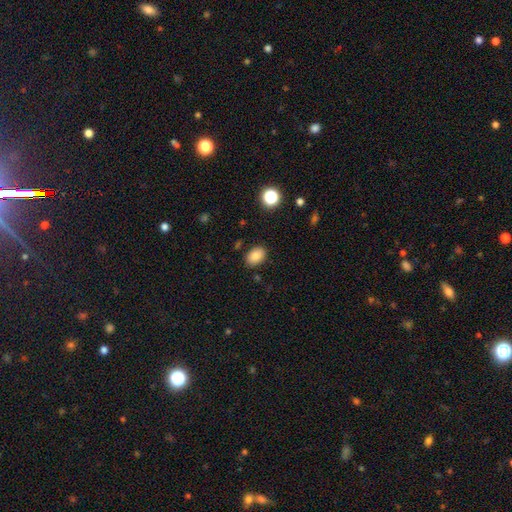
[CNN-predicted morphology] This appears to be a smooth galaxy with no disk features (85%) that is in between round and cigar-shaped (79%). Merging: none (86%).